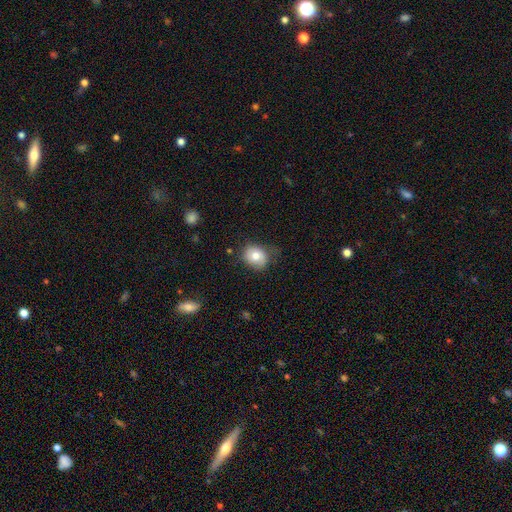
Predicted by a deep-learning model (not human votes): A smooth galaxy with no disk features (73%) that is round (59%). Merging: none (63%).